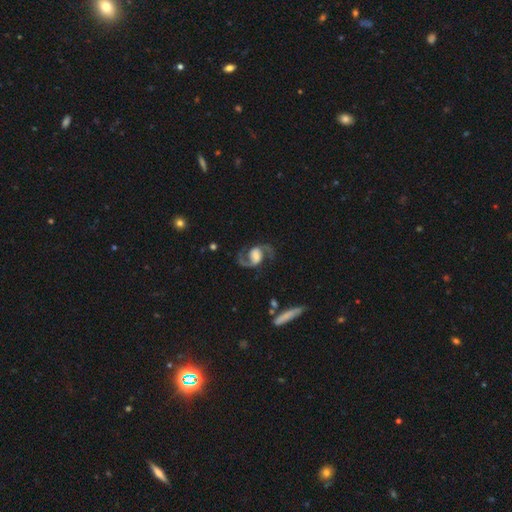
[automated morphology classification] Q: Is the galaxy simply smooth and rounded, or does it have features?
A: featured or disk — 90%.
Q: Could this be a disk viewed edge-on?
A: no — 98%.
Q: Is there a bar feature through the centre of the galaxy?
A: weak — 42%.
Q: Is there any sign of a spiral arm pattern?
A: yes — 98%.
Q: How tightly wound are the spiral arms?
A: medium — 56%.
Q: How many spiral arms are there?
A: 2 — 94%.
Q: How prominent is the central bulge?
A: large — 34%.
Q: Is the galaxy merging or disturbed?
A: none — 78%.